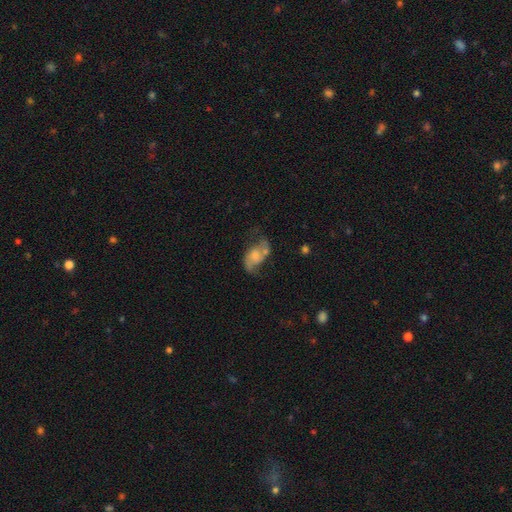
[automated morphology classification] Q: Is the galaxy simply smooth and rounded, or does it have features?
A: featured or disk — 67%.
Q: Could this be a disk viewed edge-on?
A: no — 96%.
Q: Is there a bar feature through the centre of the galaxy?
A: no — 62%.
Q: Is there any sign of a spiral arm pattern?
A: yes — 85%.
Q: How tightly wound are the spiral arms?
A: loose — 61%.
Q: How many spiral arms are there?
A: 2 — 87%.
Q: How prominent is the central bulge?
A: moderate — 43%.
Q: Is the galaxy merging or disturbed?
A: none — 45%.